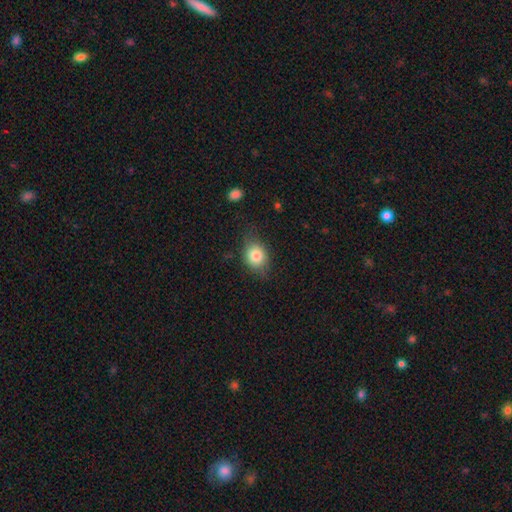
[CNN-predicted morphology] type=smooth (80%); roundness=round (55%); merging=none (69%).